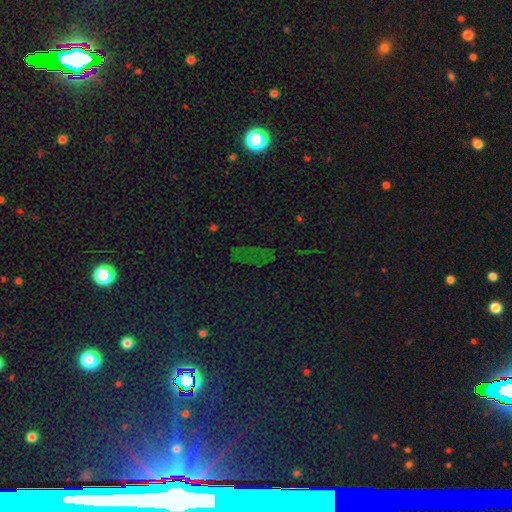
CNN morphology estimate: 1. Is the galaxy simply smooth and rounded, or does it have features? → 69% star or artifact, 21% smooth, 10% featured or disk.